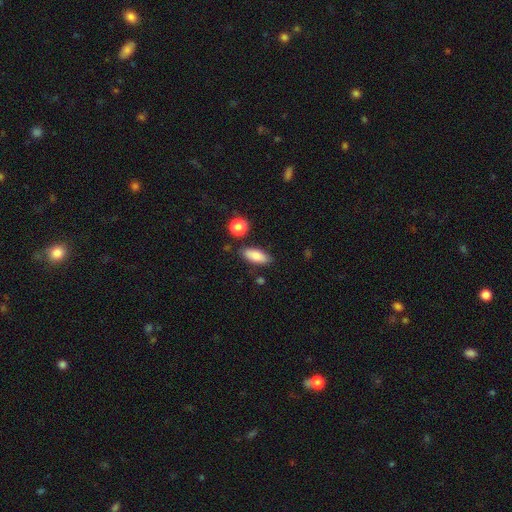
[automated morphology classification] smooth-or-featured: smooth: 85% | featured or disk: 8% | star or artifact: 7%
  how-rounded: in between: 79% | cigar-shaped: 18% | round: 3%
  merging: none: 81% | minor disturbance: 11% | merger: 4% | major disturbance: 3%